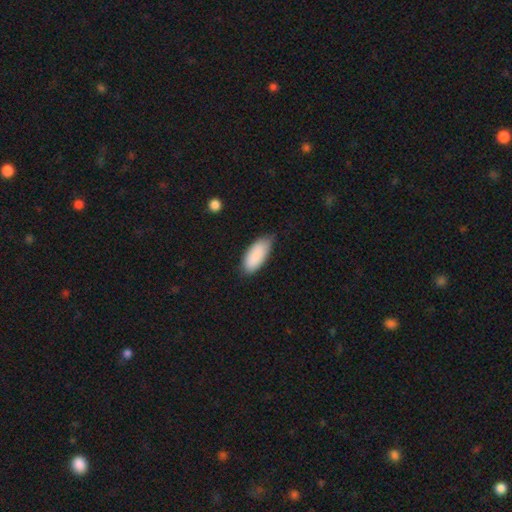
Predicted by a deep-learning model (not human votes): smooth 89%, star or artifact 6%, featured or disk 5%. Down the decision tree: how rounded — in between (88%); merging — none (67%).